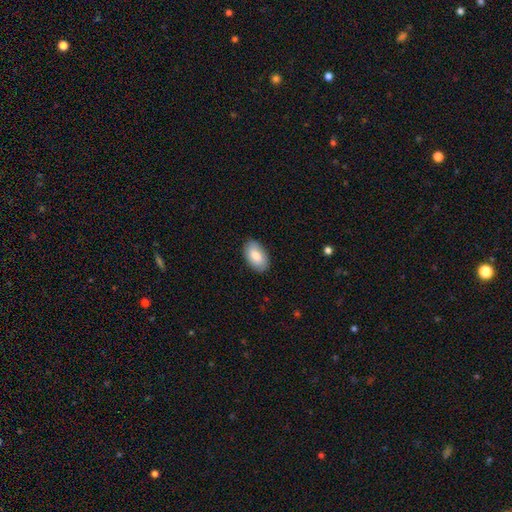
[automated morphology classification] This appears to be a smooth galaxy with no disk features (80%) that is in between round and cigar-shaped (94%). Merging: none (88%).